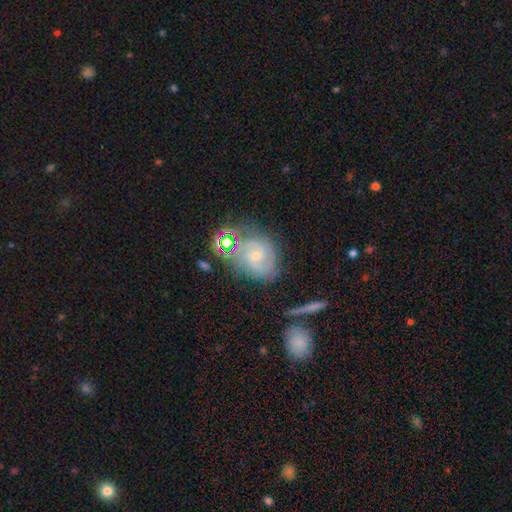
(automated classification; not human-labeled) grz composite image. It shows a featured or disk galaxy (74%) with no bar (63%), 2 (54%) tight (45%) spiral arms (94%) and a small central bulge (73%). Merging: none (63%).